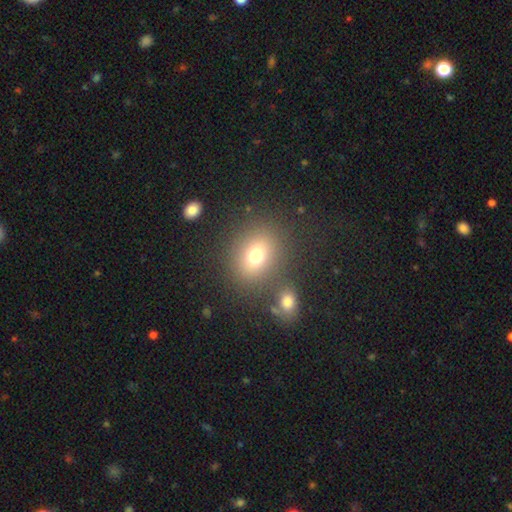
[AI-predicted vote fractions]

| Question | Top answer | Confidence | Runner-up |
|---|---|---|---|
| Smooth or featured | smooth | 73% | star or artifact (15%) |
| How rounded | round | 56% | in between (43%) |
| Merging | none | 73% | merger (12%) |